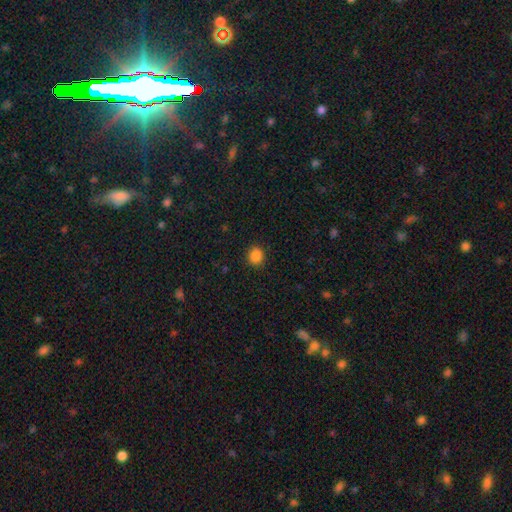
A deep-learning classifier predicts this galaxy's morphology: type=smooth (86%); roundness=round (76%); merging=none (90%).